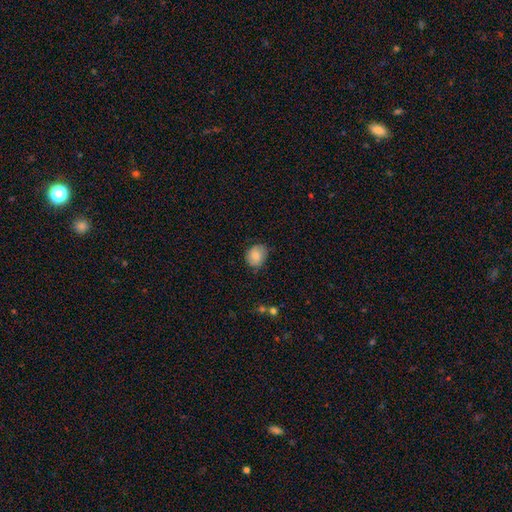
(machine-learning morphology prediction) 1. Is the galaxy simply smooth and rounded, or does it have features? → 81% smooth, 11% featured or disk, 8% star or artifact.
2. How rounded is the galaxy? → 65% round, 35% in between, 1% cigar-shaped.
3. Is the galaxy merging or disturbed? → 69% none, 25% minor disturbance, 4% major disturbance, 1% merger.